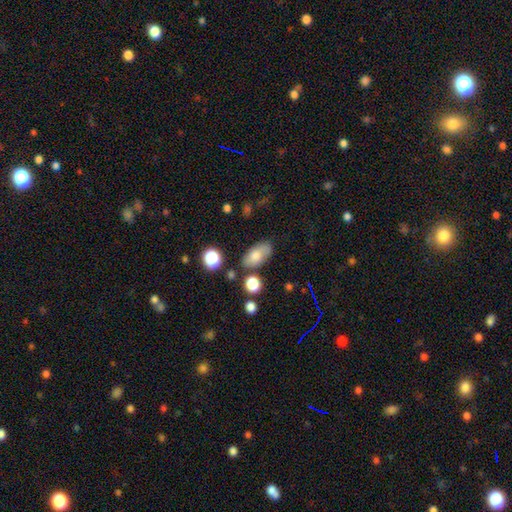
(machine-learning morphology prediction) Q: Smooth or featured?
A: smooth (74%); runner-up: featured or disk (16%)
Q: How rounded?
A: in between (88%); runner-up: round (7%)
Q: Merging?
A: none (72%); runner-up: minor disturbance (17%)